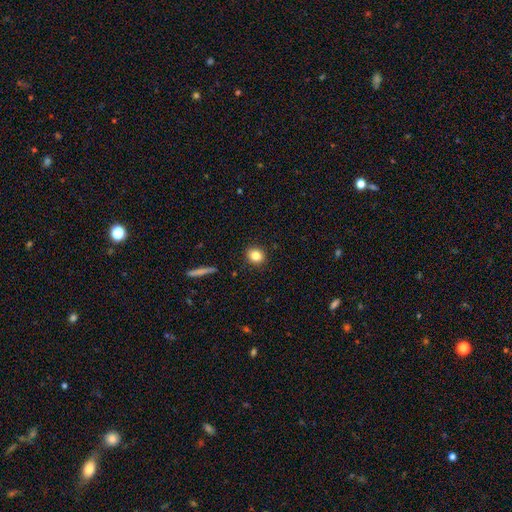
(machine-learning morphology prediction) The model was most divided on "how rounded": round: 76%, in between: 23%, cigar-shaped: 2%. More confident: merging — none (91%); smooth or featured — smooth (83%).